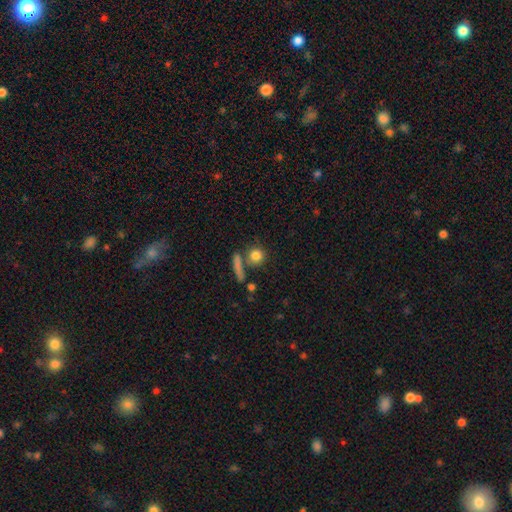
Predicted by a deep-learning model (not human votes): Overall: smooth (81%). How rounded: round (85%). Merging: none (69%).